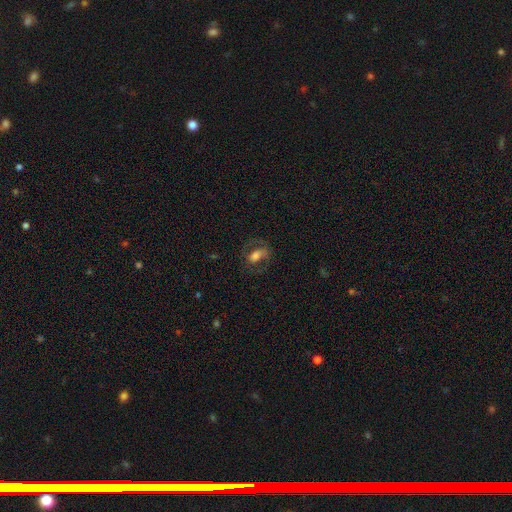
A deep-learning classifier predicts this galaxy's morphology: This appears to be a smooth galaxy with no disk features (47%). Merging: none (65%).